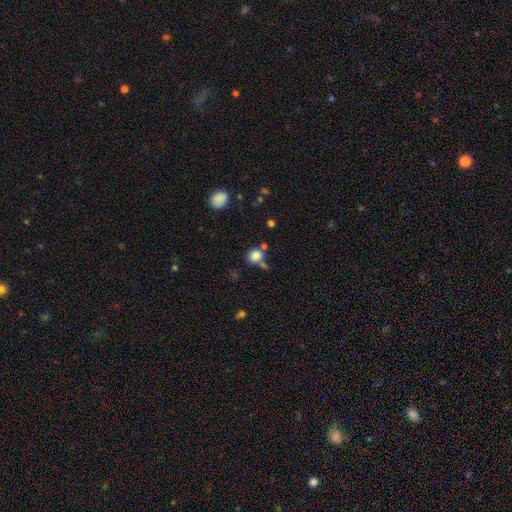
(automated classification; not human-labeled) Overall: smooth (82%). How rounded: round (73%). Merging: none (58%; merger 21%).